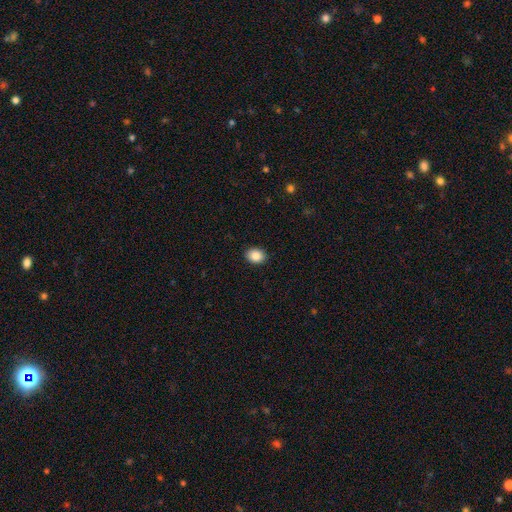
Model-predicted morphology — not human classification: This appears to be a smooth galaxy with no disk features (87%) that is in between round and cigar-shaped (61%). Merging: none (91%).